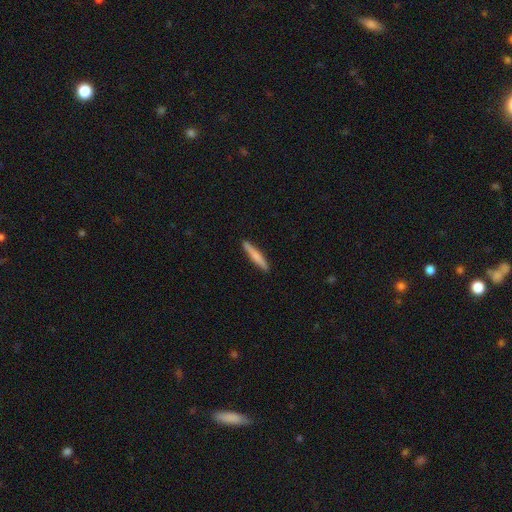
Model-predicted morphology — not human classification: This is likely a smooth galaxy (68%). How rounded: clearly cigar-shaped (94%). Merging: clearly none (91%).